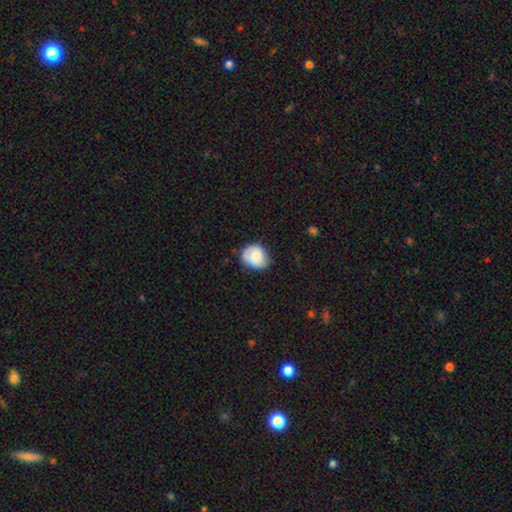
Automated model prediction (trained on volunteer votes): smooth 71%, featured or disk 21%, star or artifact 7%. Down the decision tree: how rounded — round (56%); merging — none (62%).